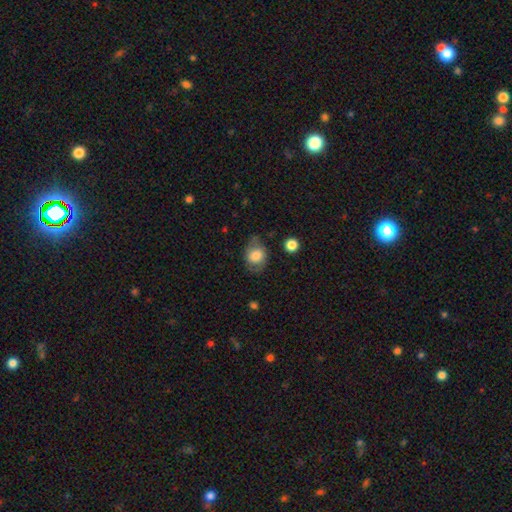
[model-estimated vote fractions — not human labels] Overall: smooth (70%). How rounded: in between (58%; round 41%). Merging: none (63%; minor disturbance 24%).